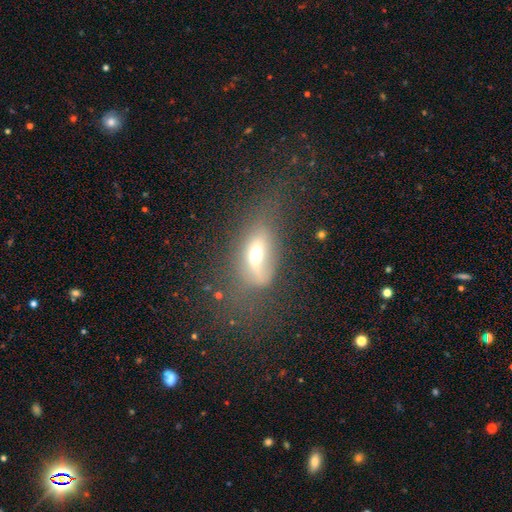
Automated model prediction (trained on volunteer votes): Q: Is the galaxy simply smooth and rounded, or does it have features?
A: smooth — 45%.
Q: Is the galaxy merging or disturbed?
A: none — 43%.